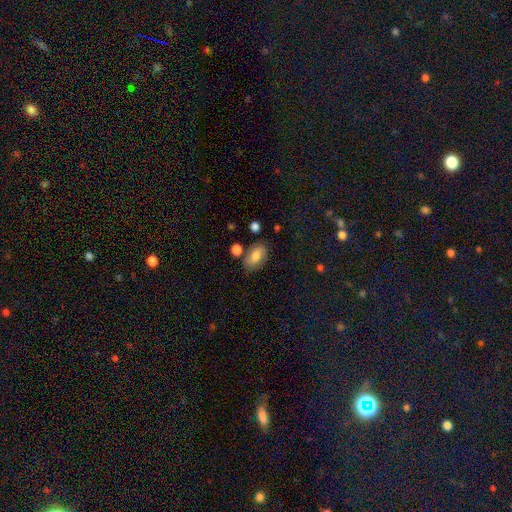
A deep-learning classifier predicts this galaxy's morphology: A smooth galaxy with no disk features (73%) that is in between round and cigar-shaped (91%). Merging: none (73%).